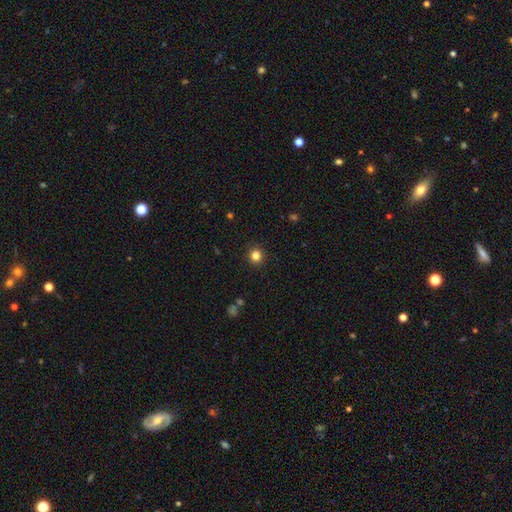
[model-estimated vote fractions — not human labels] smooth 82%, star or artifact 13%, featured or disk 5%. Down the decision tree: how rounded — round (94%); merging — none (91%).